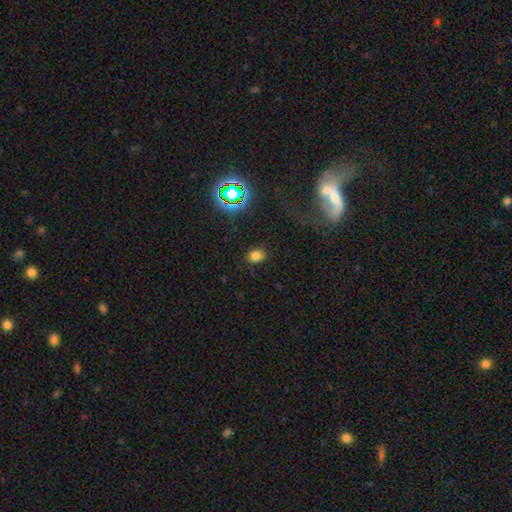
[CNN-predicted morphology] smooth-or-featured: smooth: 75% | star or artifact: 19% | featured or disk: 6%
  how-rounded: in between: 60% | round: 39% | cigar-shaped: 1%
  merging: none: 84% | minor disturbance: 11% | major disturbance: 4% | merger: 1%